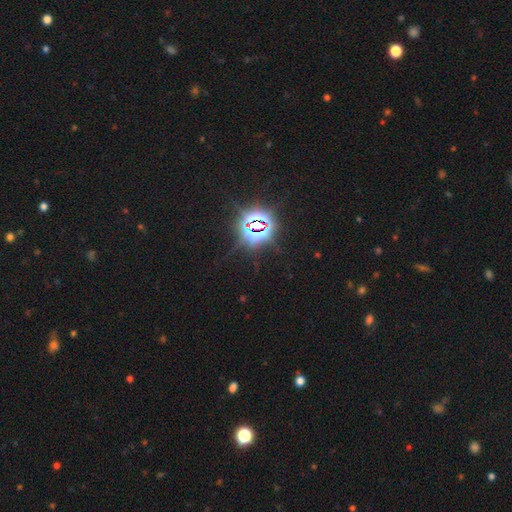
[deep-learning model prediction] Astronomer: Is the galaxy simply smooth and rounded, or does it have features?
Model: star or artifact — 83%.